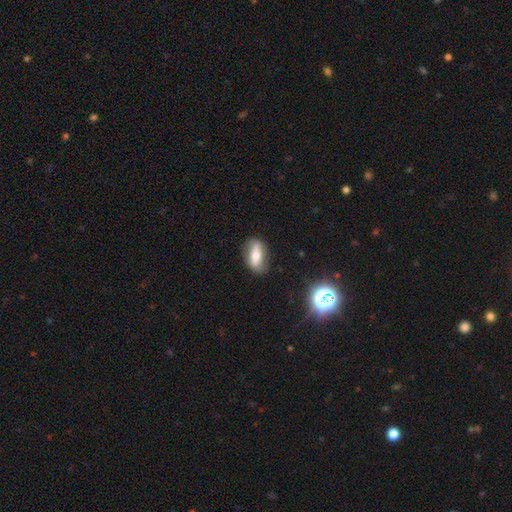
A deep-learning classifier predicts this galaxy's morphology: smooth_or_featured: smooth (p=0.55) [alt: featured or disk p=0.36]
how_rounded: in between (p=0.80) [alt: cigar-shaped p=0.12]
merging: none (p=0.77) [alt: minor disturbance p=0.16]